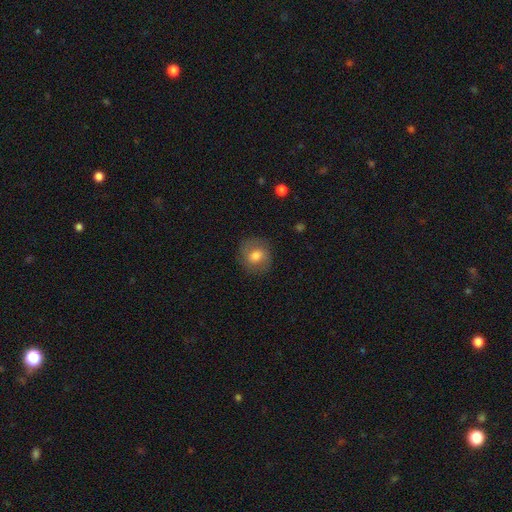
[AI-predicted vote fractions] Overall: smooth (69%). How rounded: round (81%). Merging: none (84%).